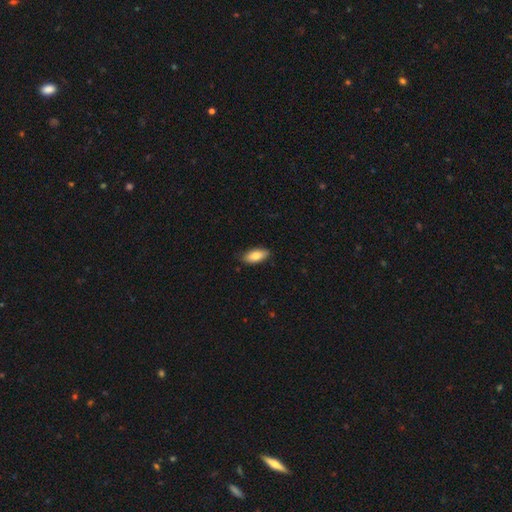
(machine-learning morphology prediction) Smooth or featured? smooth (80%)
How rounded? in between (87%)
Merging? none (86%)